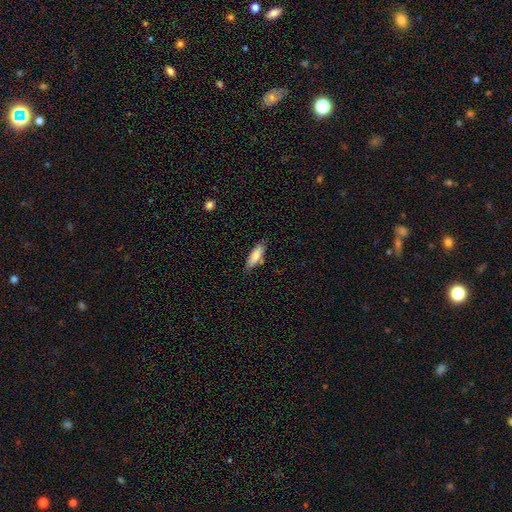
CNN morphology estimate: Smooth or featured?
  - smooth: 77% *
  - featured or disk: 17%
  - star or artifact: 7%
How rounded?
  - in between: 63% *
  - cigar-shaped: 35%
  - round: 2%
Merging?
  - none: 80% *
  - minor disturbance: 15%
  - merger: 3%
  - major disturbance: 2%